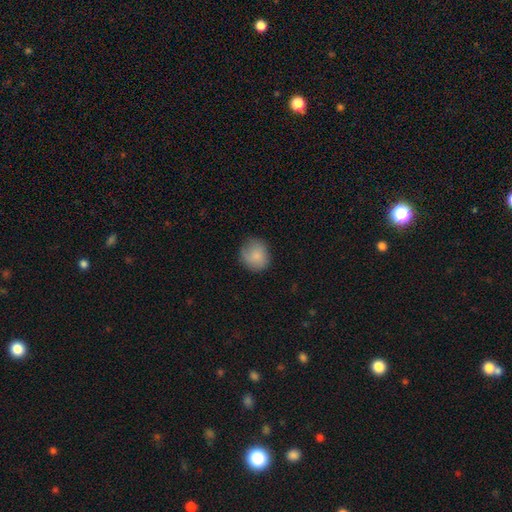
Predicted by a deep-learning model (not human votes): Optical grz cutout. It shows a smooth galaxy with no disk features (84%) that is round (82%). Merging: none (76%).